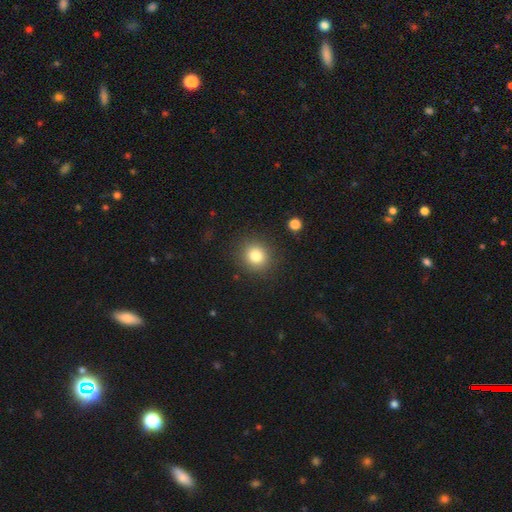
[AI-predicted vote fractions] Smooth or featured? Predicted: smooth (p=0.81). How rounded? Predicted: round (p=0.86). Merging? Predicted: none (p=0.88).